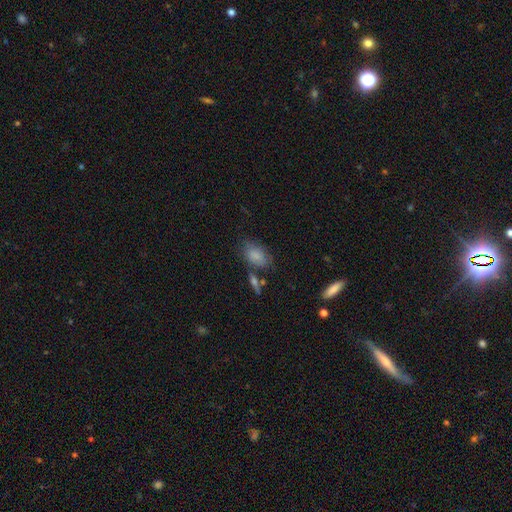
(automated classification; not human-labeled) smooth 82%, featured or disk 10%, star or artifact 8%. Down the decision tree: how rounded — in between (89%); merging — none (64%).